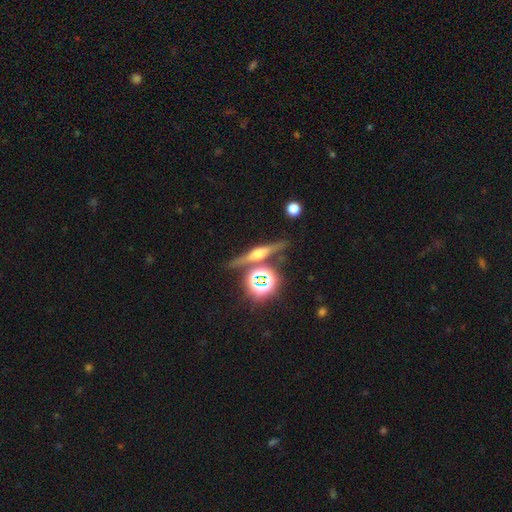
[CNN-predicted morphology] smooth_or_featured: featured or disk (p=0.62) [alt: star or artifact p=0.20]
disk_edge_on: yes (p=0.93) [alt: no p=0.07]
edge_on_bulge: rounded (p=0.90) [alt: boxy p=0.06]
merging: none (p=0.81) [alt: minor disturbance p=0.09]